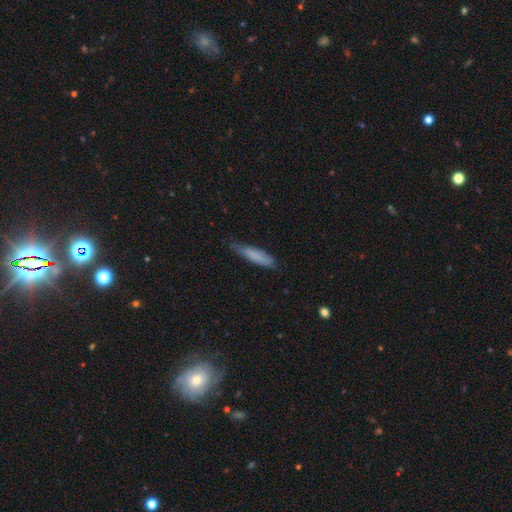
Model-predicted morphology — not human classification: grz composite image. It shows a smooth galaxy with no disk features (79%) that is cigar-shaped (79%). Merging: none (64%).